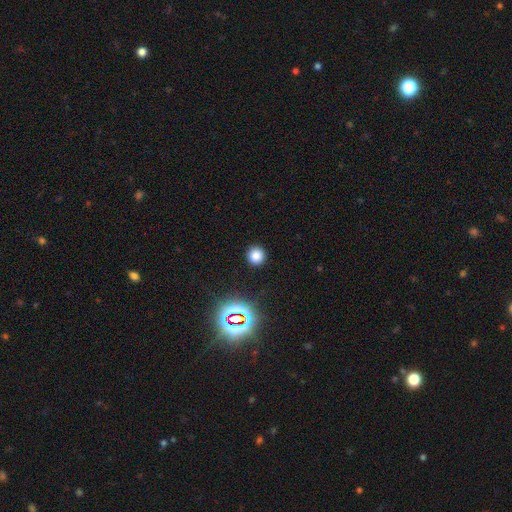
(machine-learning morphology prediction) A smooth galaxy with no disk features (76%) that is round (94%). Merging: none (91%).